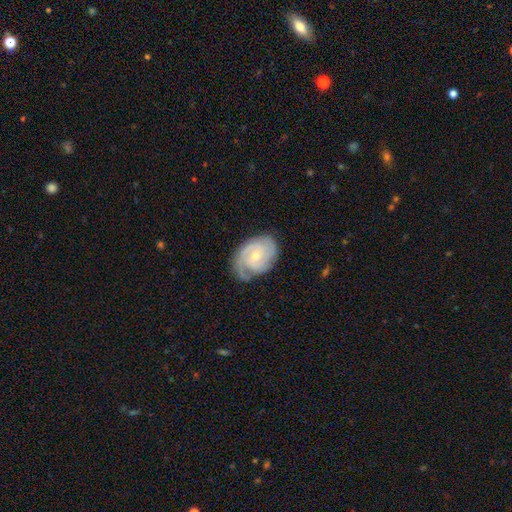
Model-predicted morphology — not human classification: The model was most divided on "spiral arm count": 2: 39%, can't tell: 21%, 3: 20%, 1: 13%, 4: 4%, more than 4: 3%. More confident: edge-on disk — no (97%); spiral arms — yes (95%); smooth or featured — featured or disk (80%); bar — no (65%); bulge size — small (63%); merging — none (61%); spiral winding — tight (59%).